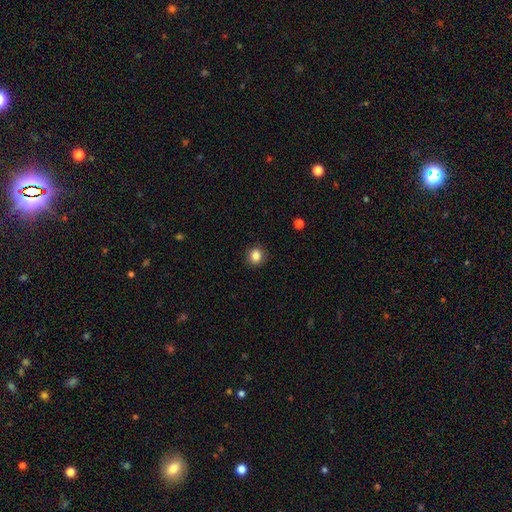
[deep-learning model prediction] This appears to be a smooth galaxy with no disk features (86%) that is round (86%). Merging: none (91%).